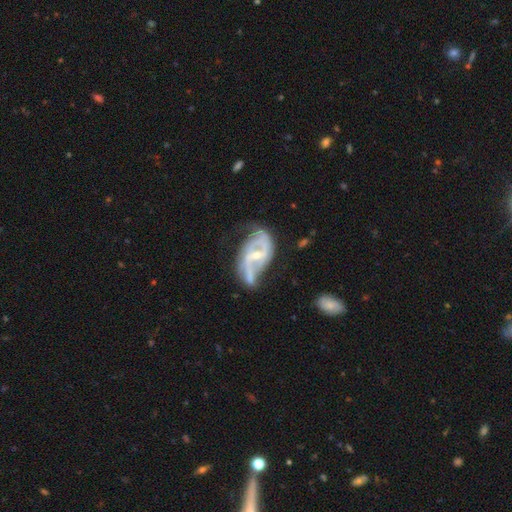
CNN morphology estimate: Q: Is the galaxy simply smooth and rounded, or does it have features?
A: featured or disk — 86%.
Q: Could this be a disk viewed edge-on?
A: no — 95%.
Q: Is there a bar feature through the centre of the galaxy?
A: weak — 40%.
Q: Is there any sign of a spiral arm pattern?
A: yes — 90%.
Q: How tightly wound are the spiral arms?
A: loose — 43%.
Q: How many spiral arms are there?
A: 2 — 76%.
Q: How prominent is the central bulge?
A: small — 59%.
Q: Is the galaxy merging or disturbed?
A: none — 41%.